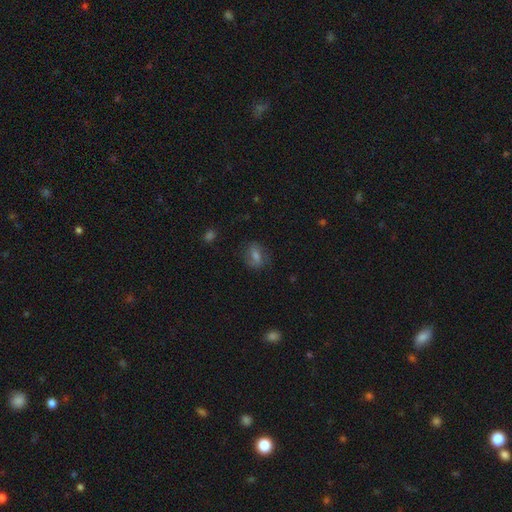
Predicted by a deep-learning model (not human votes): This appears to be a smooth galaxy with no disk features (48%). Merging: none (77%).